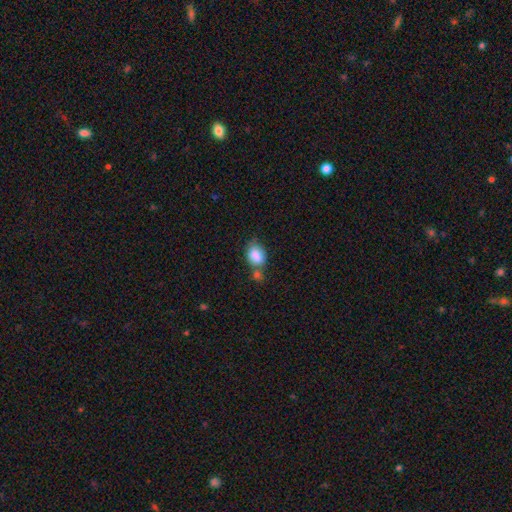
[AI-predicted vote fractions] smooth_or_featured: smooth (p=0.86) [alt: star or artifact p=0.08]
how_rounded: in between (p=0.67) [alt: round p=0.32]
merging: none (p=0.44) [alt: merger p=0.29]